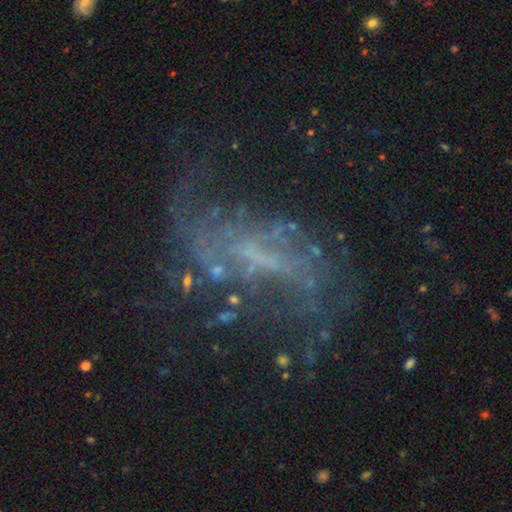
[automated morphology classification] Q: Smooth or featured?
A: featured or disk (73%); runner-up: star or artifact (17%)
Q: Edge-on disk?
A: no (95%); runner-up: yes (5%)
Q: Bar?
A: weak (39%); runner-up: no (38%)
Q: Spiral arms?
A: yes (74%); runner-up: no (26%)
Q: Spiral winding?
A: loose (69%); runner-up: medium (22%)
Q: Spiral arm count?
A: 2 (54%); runner-up: can't tell (24%)
Q: Bulge size?
A: none (61%); runner-up: small (26%)
Q: Merging?
A: none (48%); runner-up: major disturbance (31%)